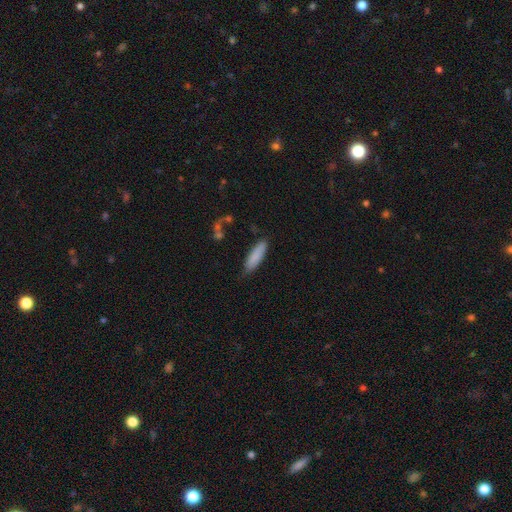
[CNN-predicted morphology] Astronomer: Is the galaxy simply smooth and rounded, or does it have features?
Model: smooth — 85%.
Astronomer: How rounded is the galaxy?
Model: cigar-shaped — 60% (runner-up: in between, 39%).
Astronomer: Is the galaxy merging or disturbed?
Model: none — 77%.